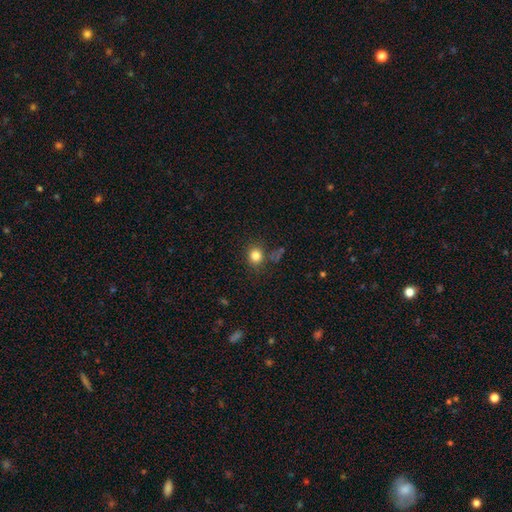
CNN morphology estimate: Smooth or featured? Predicted: smooth (p=0.82). How rounded? Predicted: round (p=0.81). Merging? Predicted: none (p=0.79).